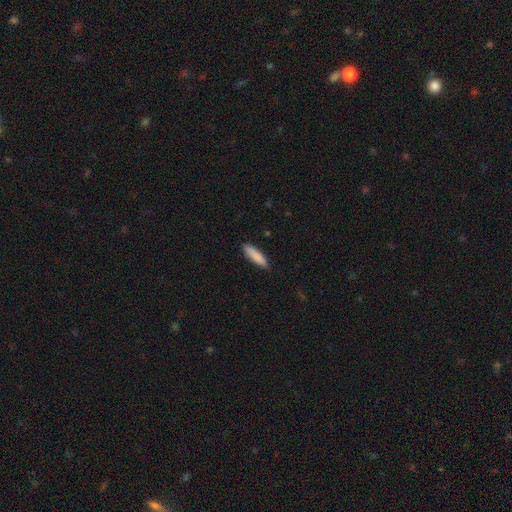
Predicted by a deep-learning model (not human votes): smooth-or-featured: smooth: 87% | featured or disk: 7% | star or artifact: 6%
  how-rounded: cigar-shaped: 74% | in between: 25% | round: 1%
  merging: none: 87% | minor disturbance: 10% | major disturbance: 2% | merger: 1%